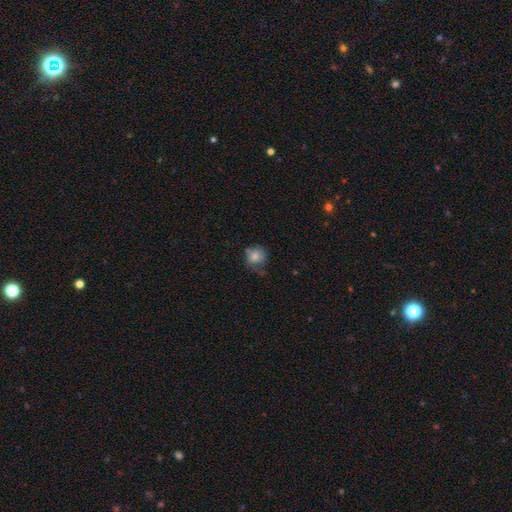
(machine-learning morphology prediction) smooth_or_featured: smooth (p=0.77) [alt: featured or disk p=0.14]
how_rounded: round (p=0.81) [alt: in between p=0.18]
merging: none (p=0.50) [alt: minor disturbance p=0.31]